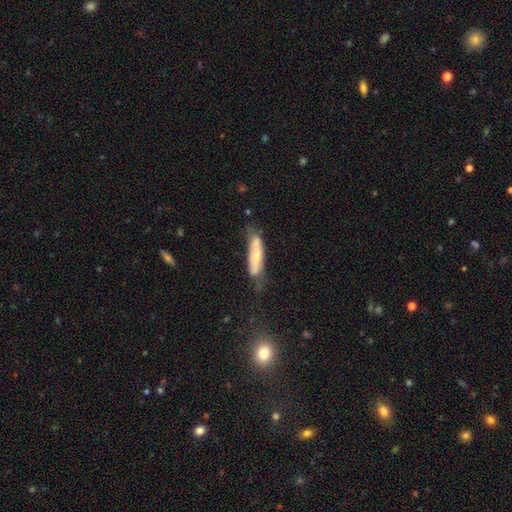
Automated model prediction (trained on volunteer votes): smooth 53%, featured or disk 41%, star or artifact 6%. Down the decision tree: how rounded — cigar-shaped (65%); merging — none (51%).